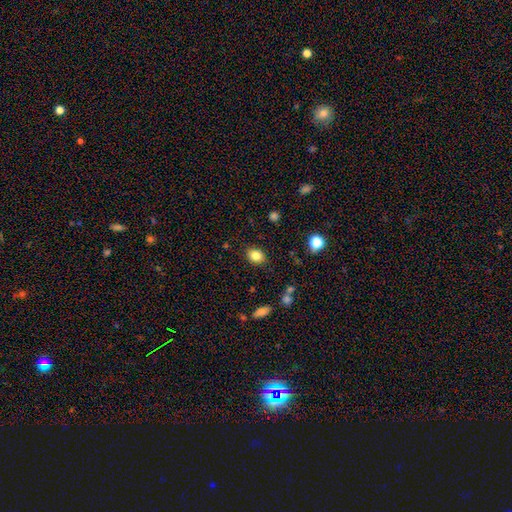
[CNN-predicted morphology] Q: Smooth or featured?
A: smooth (84%); runner-up: star or artifact (10%)
Q: How rounded?
A: in between (63%); runner-up: round (36%)
Q: Merging?
A: none (86%); runner-up: minor disturbance (10%)